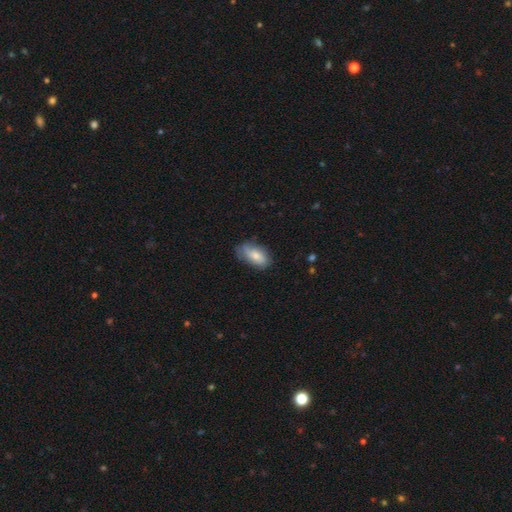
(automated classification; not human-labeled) Smooth or featured: smooth — 73% (featured or disk — 20%)
How rounded: in between — 91% (cigar-shaped — 6%)
Merging: none — 62% (minor disturbance — 29%)